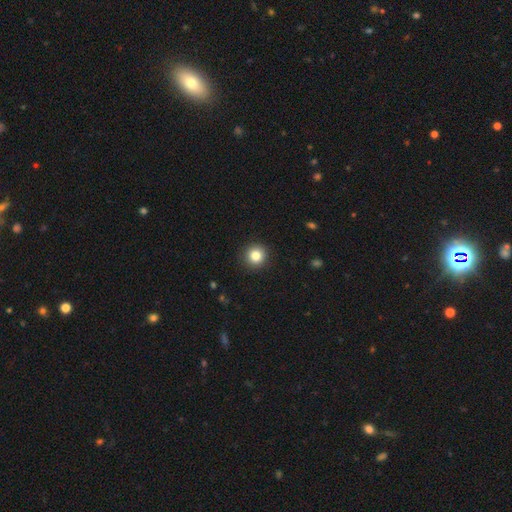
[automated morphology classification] Smooth or featured: smooth — 83% (star or artifact — 11%)
How rounded: round — 94% (in between — 5%)
Merging: none — 92% (minor disturbance — 5%)